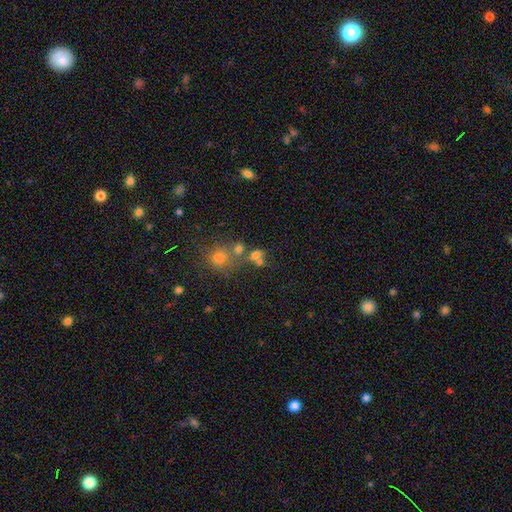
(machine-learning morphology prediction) The model was most divided on "merging": merger: 44%, none: 39%, minor disturbance: 10%, major disturbance: 8%. More confident: smooth or featured — smooth (65%); how rounded — round (56%).